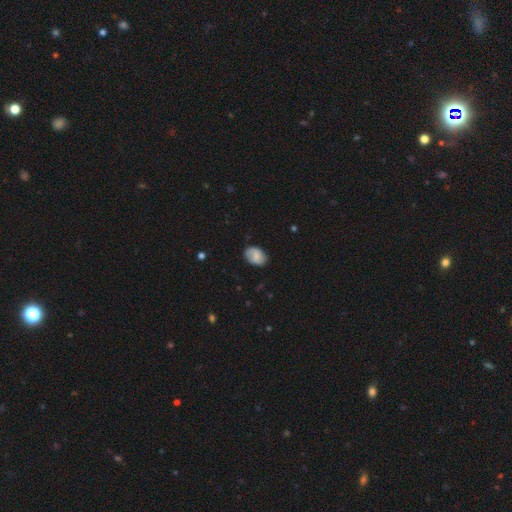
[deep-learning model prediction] A smooth galaxy with no disk features (70%) that is in between round and cigar-shaped (77%). Merging: none (77%).